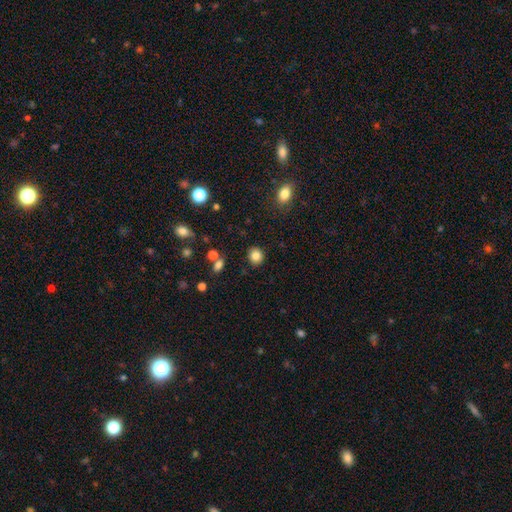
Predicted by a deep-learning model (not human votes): Overall: smooth (84%). How rounded: round (78%). Merging: none (87%).